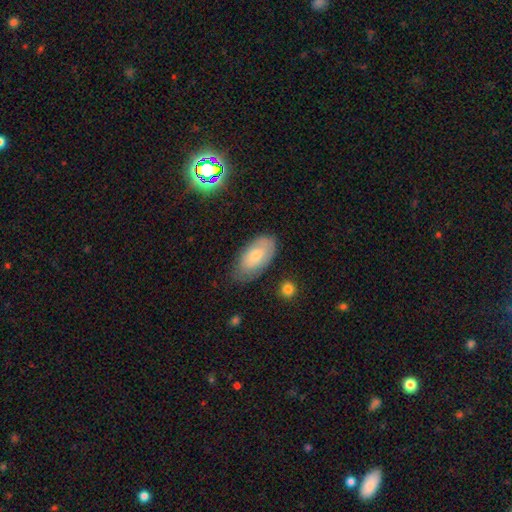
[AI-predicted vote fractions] The model was most divided on "smooth or featured": smooth: 68%, featured or disk: 26%, star or artifact: 7%. More confident: how rounded — in between (94%); merging — none (70%).